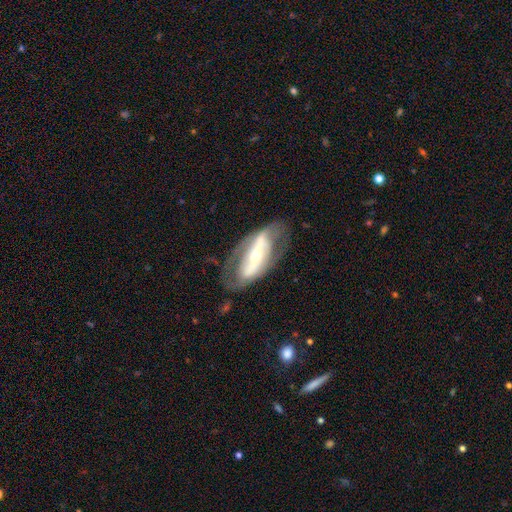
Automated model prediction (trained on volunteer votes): smooth_or_featured: featured or disk (p=0.78) [alt: smooth p=0.16]
disk_edge_on: no (p=0.86) [alt: yes p=0.14]
bar: strong (p=0.66) [alt: no p=0.17]
has_spiral_arms: yes (p=0.63) [alt: no p=0.37]
bulge_size: small (p=0.57) [alt: moderate p=0.37]
merging: none (p=0.66) [alt: minor disturbance p=0.18]